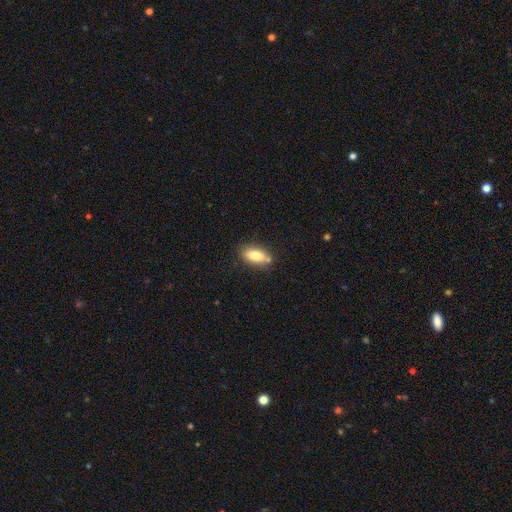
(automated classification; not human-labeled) Overall: smooth (79%). How rounded: in between (82%). Merging: none (75%).